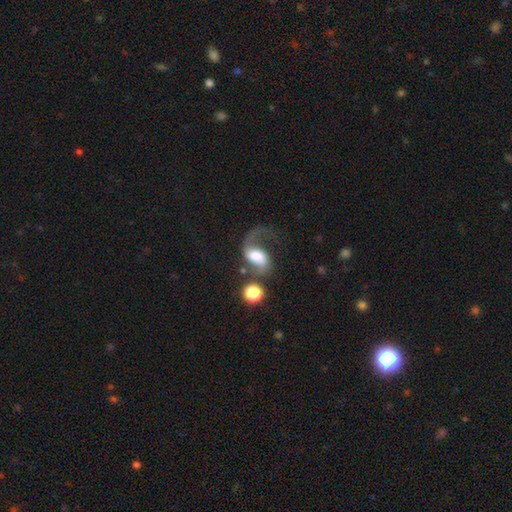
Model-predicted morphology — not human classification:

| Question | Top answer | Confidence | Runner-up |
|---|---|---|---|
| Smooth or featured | featured or disk | 61% | smooth (29%) |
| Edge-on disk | no | 97% | yes (3%) |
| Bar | no | 41% | weak (38%) |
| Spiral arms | yes | 90% | no (10%) |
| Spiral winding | loose | 75% | medium (20%) |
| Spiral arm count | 2 | 54% | 1 (42%) |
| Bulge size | large | 37% | moderate (32%) |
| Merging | major disturbance | 36% | none (33%) |